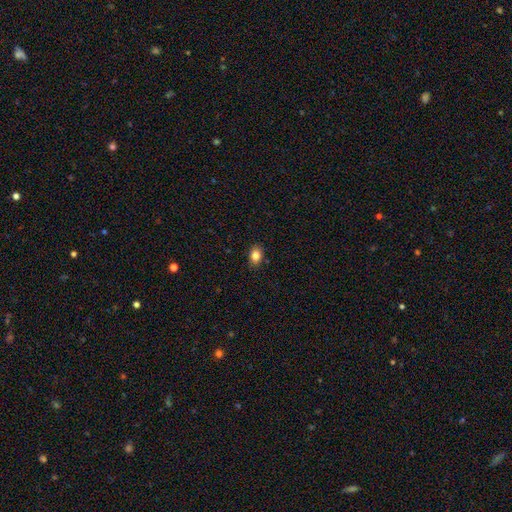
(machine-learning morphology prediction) This is clearly a smooth galaxy (83%). How rounded: likely in between (75%). Merging: clearly none (88%).